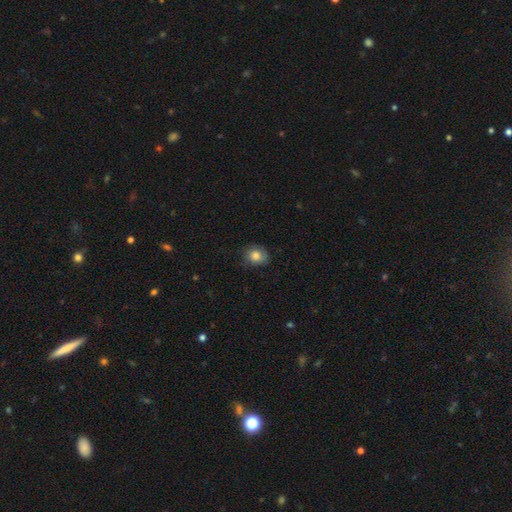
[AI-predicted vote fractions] Morphology: type=smooth (82%); roundness=round (64%); merging=none (75%).